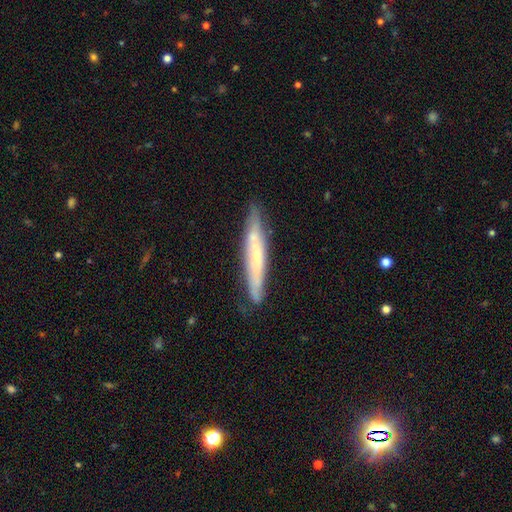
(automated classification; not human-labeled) Q: Smooth or featured?
A: featured or disk (56%); runner-up: smooth (38%)
Q: Edge-on disk?
A: yes (75%); runner-up: no (25%)
Q: Merging?
A: none (77%); runner-up: minor disturbance (18%)